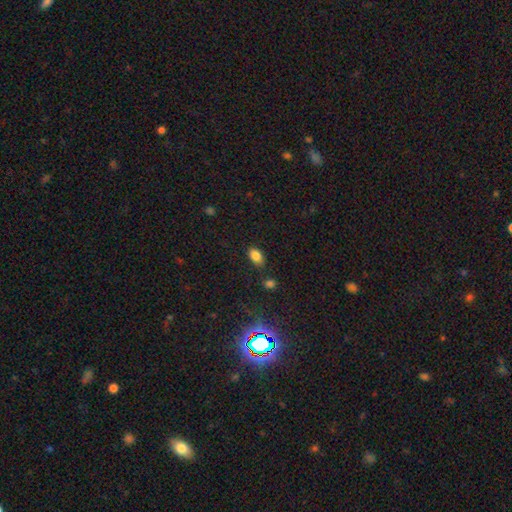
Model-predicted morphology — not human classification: smooth_or_featured: smooth (p=0.82) [alt: star or artifact p=0.12]
how_rounded: in between (p=0.87) [alt: round p=0.11]
merging: none (p=0.79) [alt: minor disturbance p=0.14]